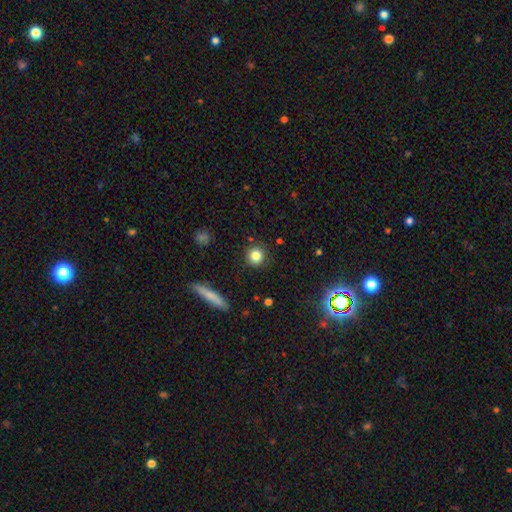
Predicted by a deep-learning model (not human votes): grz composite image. It shows a smooth galaxy with no disk features (83%) that is round (92%). Merging: none (89%).